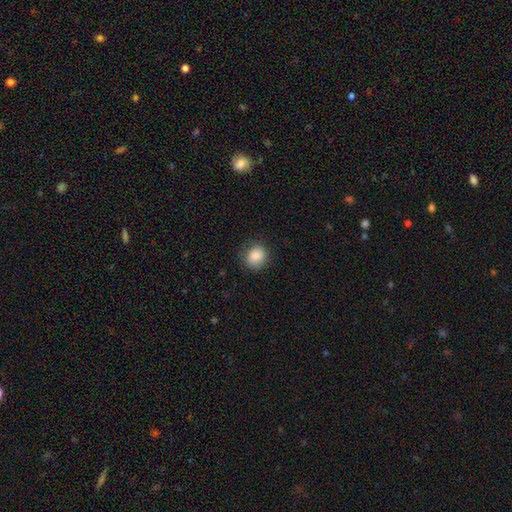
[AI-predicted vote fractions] smooth-or-featured: smooth: 85% | star or artifact: 8% | featured or disk: 6%
  how-rounded: round: 82% | in between: 17% | cigar-shaped: 1%
  merging: none: 81% | minor disturbance: 14% | major disturbance: 4% | merger: 1%